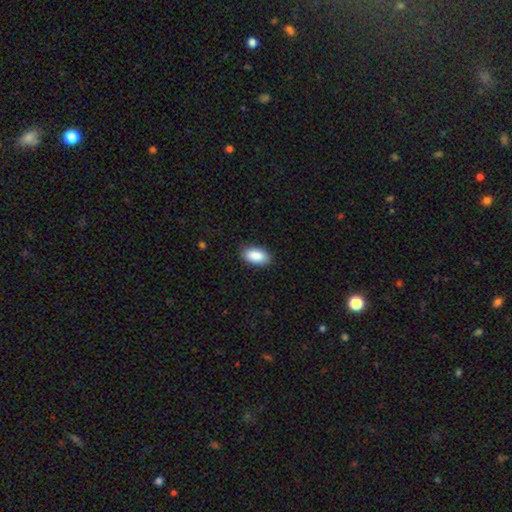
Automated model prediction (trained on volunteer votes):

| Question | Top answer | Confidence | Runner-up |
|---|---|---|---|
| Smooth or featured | smooth | 90% | star or artifact (6%) |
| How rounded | in between | 94% | cigar-shaped (3%) |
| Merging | none | 88% | minor disturbance (9%) |